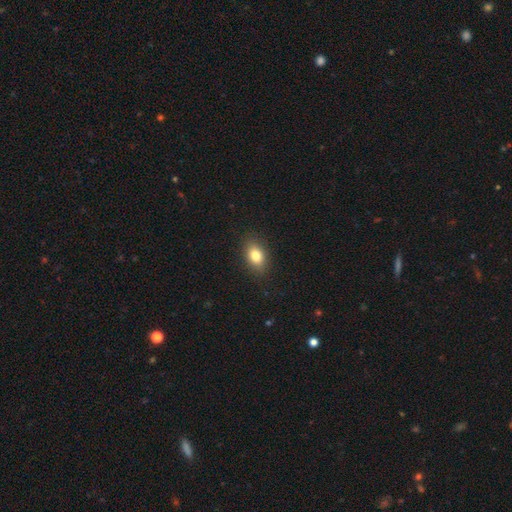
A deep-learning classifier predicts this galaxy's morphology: Smooth or featured: smooth — 81% (featured or disk — 10%)
How rounded: in between — 81% (round — 16%)
Merging: none — 88% (minor disturbance — 9%)